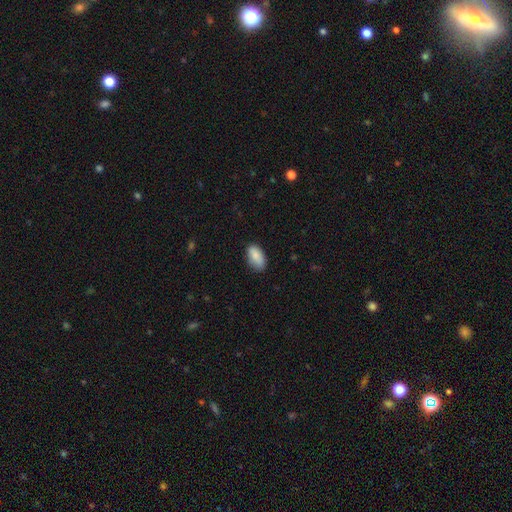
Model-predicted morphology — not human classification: This is clearly a smooth galaxy (87%). How rounded: clearly in between (93%). Merging: likely none (76%).